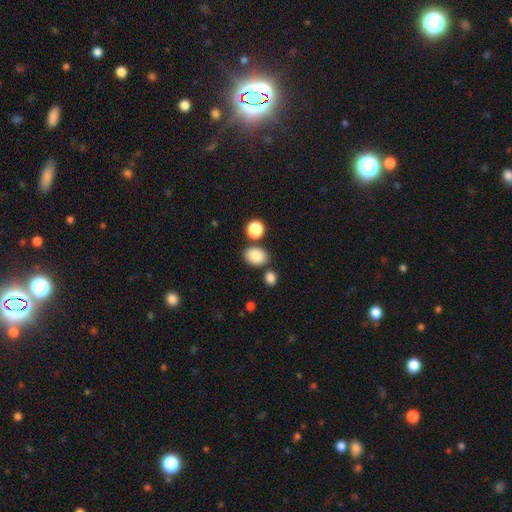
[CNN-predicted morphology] Q: Smooth or featured?
A: smooth (85%); runner-up: star or artifact (9%)
Q: How rounded?
A: in between (74%); runner-up: round (25%)
Q: Merging?
A: none (74%); runner-up: merger (11%)